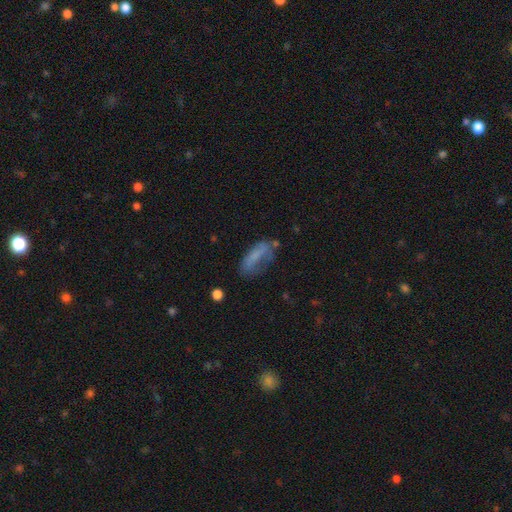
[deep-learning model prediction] Smooth or featured? smooth (63%)
How rounded? in between (69%)
Merging? none (39%)